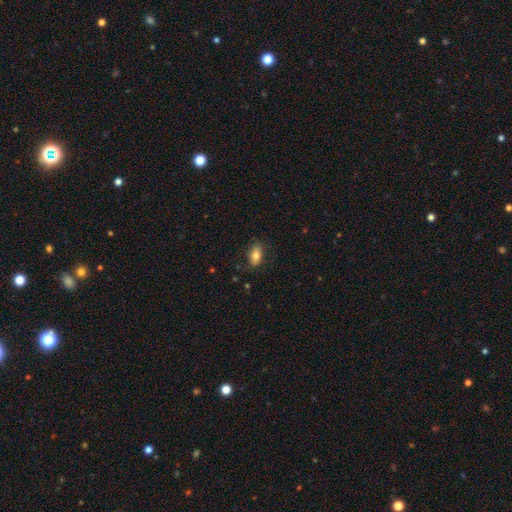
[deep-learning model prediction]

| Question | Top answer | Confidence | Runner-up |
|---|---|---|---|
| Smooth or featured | smooth | 77% | featured or disk (15%) |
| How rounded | in between | 88% | round (7%) |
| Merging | none | 80% | minor disturbance (15%) |